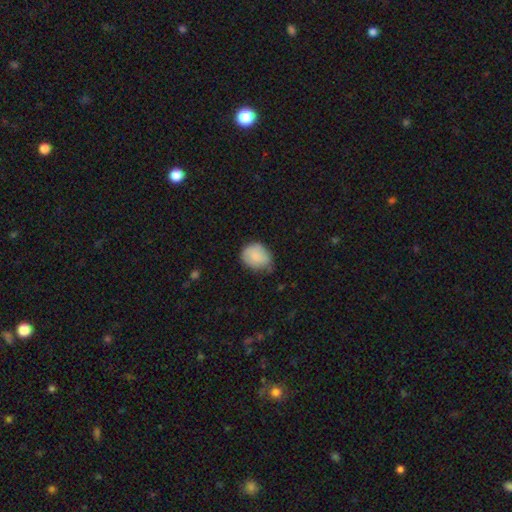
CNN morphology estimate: A smooth galaxy with no disk features (85%) that is round (58%). Merging: none (59%).